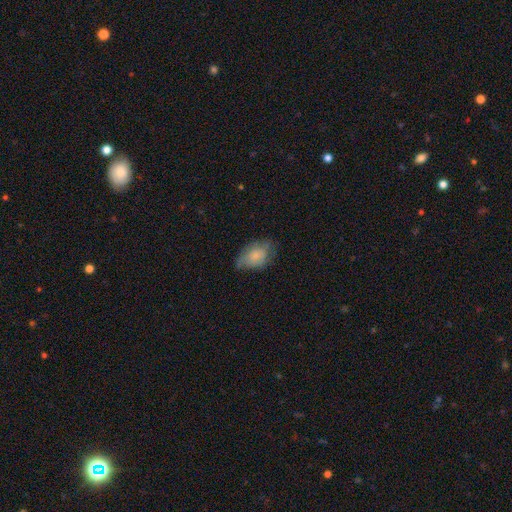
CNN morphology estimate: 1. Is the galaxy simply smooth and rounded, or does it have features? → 71% smooth, 21% featured or disk, 7% star or artifact.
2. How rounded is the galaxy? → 88% in between, 10% round, 2% cigar-shaped.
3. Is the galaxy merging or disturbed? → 54% none, 33% minor disturbance, 11% major disturbance, 1% merger.